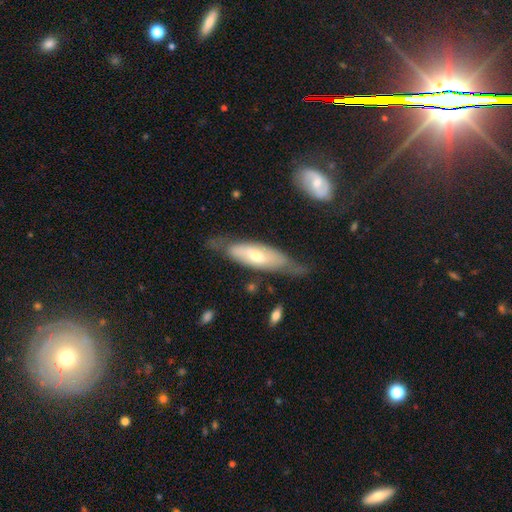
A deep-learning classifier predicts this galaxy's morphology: This is possibly a featured or disk galaxy (54%). It is possibly not viewed edge-on (59%). Merging: possibly none (55%).